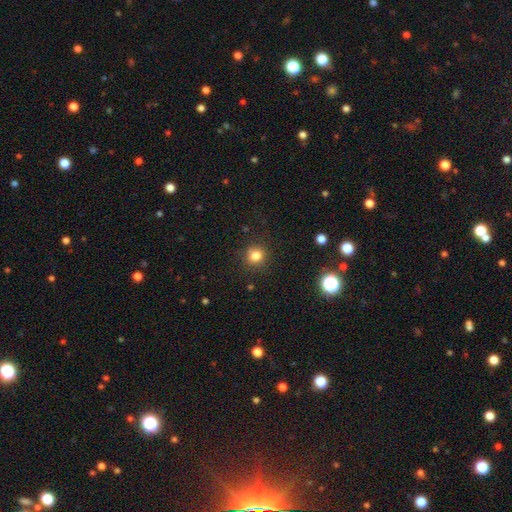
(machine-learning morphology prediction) A smooth galaxy with no disk features (82%) that is round (87%).

Vote fractions:
- Smooth or featured? smooth: 82% / star or artifact: 13% / featured or disk: 5%
- How rounded? round: 87% / in between: 12% / cigar-shaped: 1%
- Merging? none: 88% / minor disturbance: 8% / major disturbance: 3% / merger: 1%